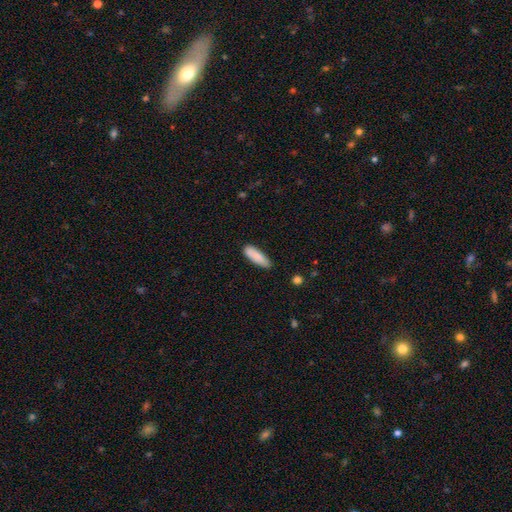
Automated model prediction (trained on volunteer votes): smooth-or-featured: smooth: 85% | featured or disk: 9% | star or artifact: 6%
  how-rounded: in between: 51% | cigar-shaped: 48% | round: 2%
  merging: none: 78% | minor disturbance: 17% | major disturbance: 3% | merger: 2%